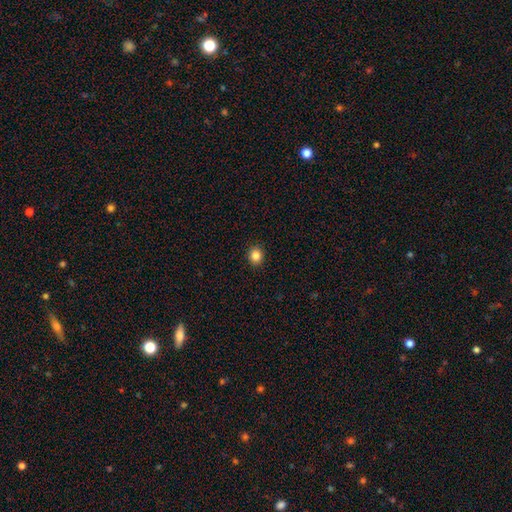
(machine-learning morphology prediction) The model was most divided on "how rounded": round: 76%, in between: 23%, cigar-shaped: 1%. More confident: merging — none (91%); smooth or featured — smooth (85%).